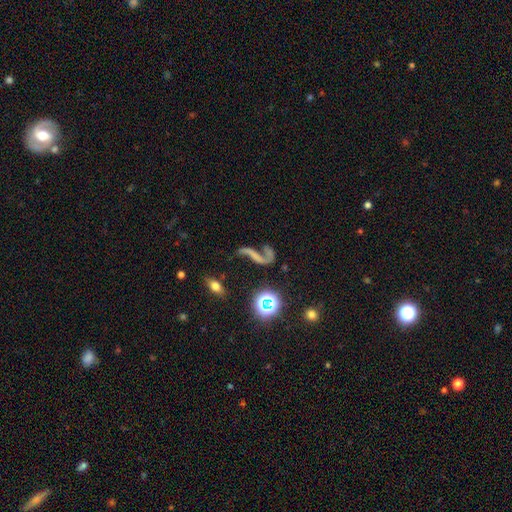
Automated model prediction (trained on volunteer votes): Smooth or featured: featured or disk — 65% (star or artifact — 19%)
Edge-on disk: no — 93% (yes — 7%)
Bar: no — 50% (strong — 28%)
Spiral arms: yes — 79% (no — 21%)
Bulge size: none — 67% (small — 19%)
Merging: none — 44% (major disturbance — 27%)